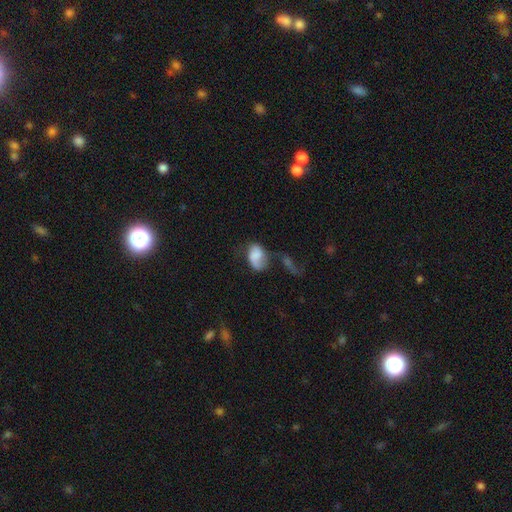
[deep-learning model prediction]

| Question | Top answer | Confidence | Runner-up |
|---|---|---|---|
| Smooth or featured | smooth | 63% | featured or disk (27%) |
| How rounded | in between | 82% | round (16%) |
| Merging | none | 30% | major disturbance (25%) |